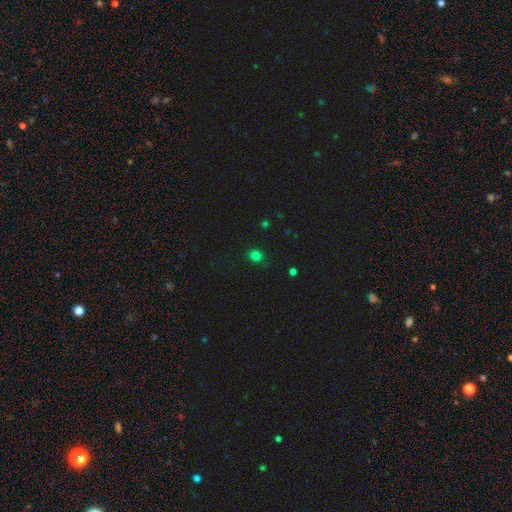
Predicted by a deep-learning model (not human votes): This is likely a smooth galaxy (79%). How rounded: possibly round (55%). Merging: clearly none (80%).